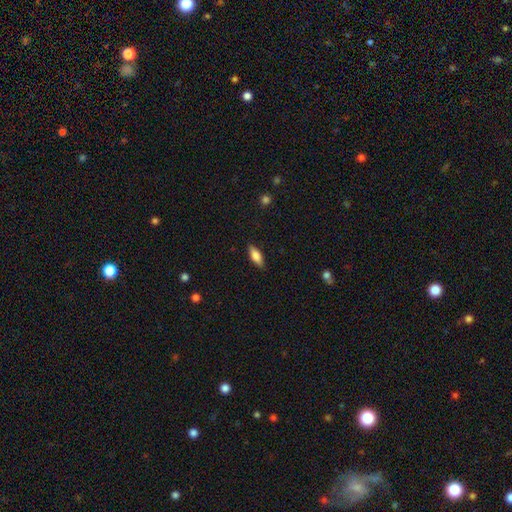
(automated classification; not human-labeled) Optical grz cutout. It shows a smooth galaxy with no disk features (75%) that is in between round and cigar-shaped (69%). Merging: none (87%).